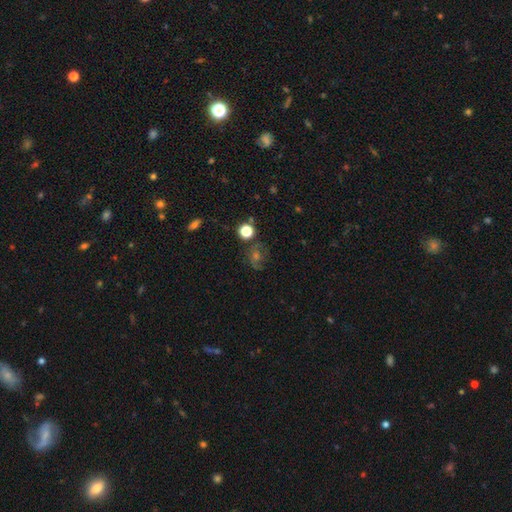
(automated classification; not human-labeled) A star or artifact, not a galaxy (35%).